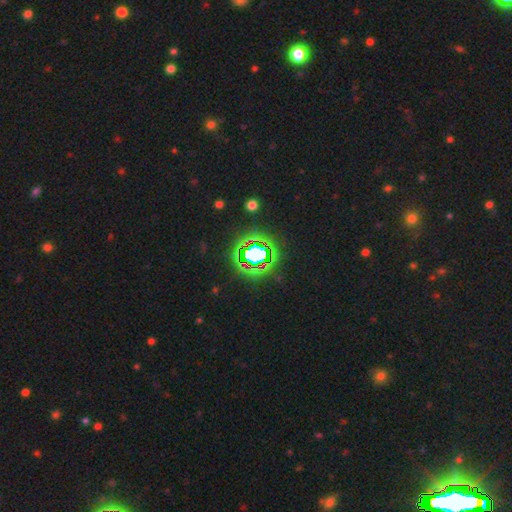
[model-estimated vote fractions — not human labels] A star or artifact, not a galaxy (70%).

Vote fractions:
- Smooth or featured? star or artifact: 70% / smooth: 17% / featured or disk: 13%